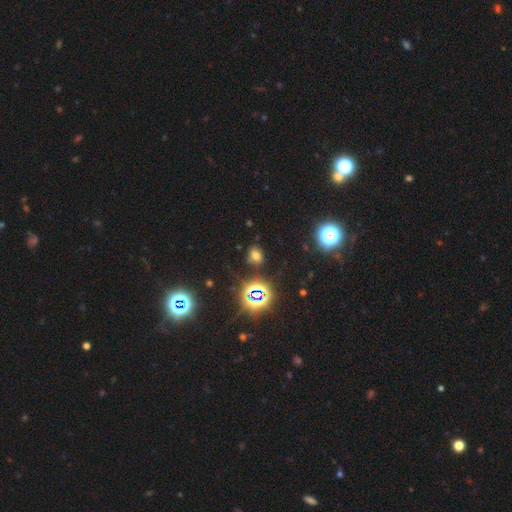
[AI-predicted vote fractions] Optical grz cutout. It shows a smooth galaxy with no disk features (56%) that is in between round and cigar-shaped (53%). Merging: none (81%).